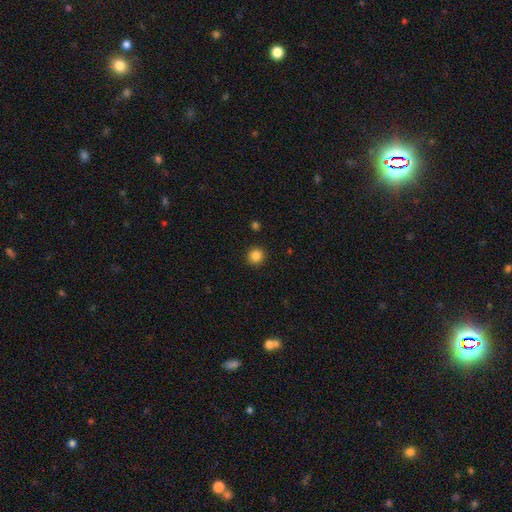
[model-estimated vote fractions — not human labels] smooth-or-featured: smooth: 86% | star or artifact: 11% | featured or disk: 3%
  how-rounded: round: 94% | in between: 5% | cigar-shaped: 1%
  merging: none: 92% | minor disturbance: 5% | major disturbance: 2% | merger: 1%